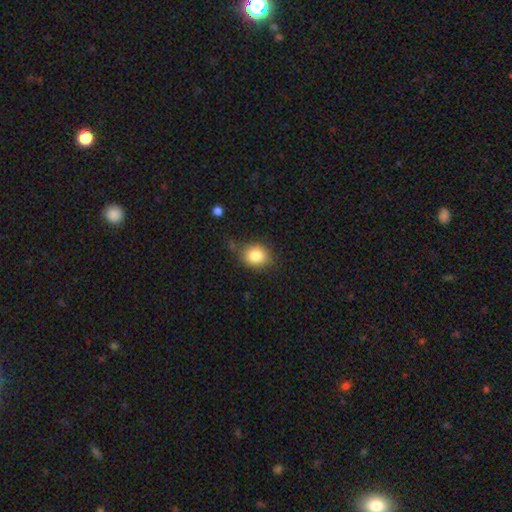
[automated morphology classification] type=smooth (85%); roundness=round (61%); merging=none (72%).